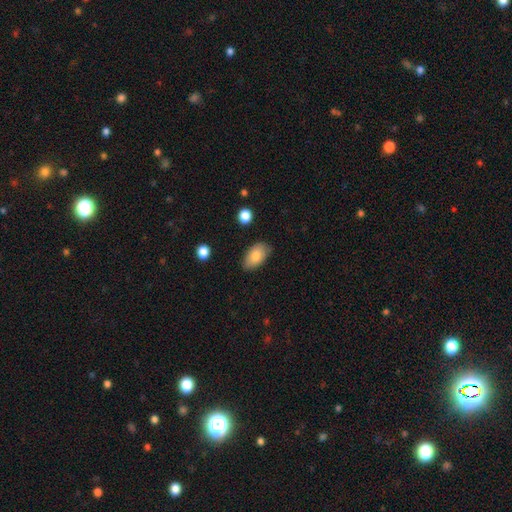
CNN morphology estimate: smooth-or-featured: smooth: 81% | featured or disk: 12% | star or artifact: 7%
  how-rounded: in between: 94% | round: 5% | cigar-shaped: 2%
  merging: none: 79% | minor disturbance: 17% | major disturbance: 3% | merger: 1%